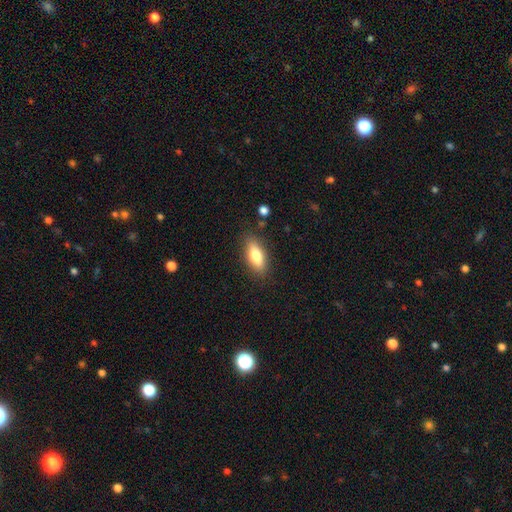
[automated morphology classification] This appears to be a smooth galaxy with no disk features (76%) that is in between round and cigar-shaped (75%). Merging: none (84%).